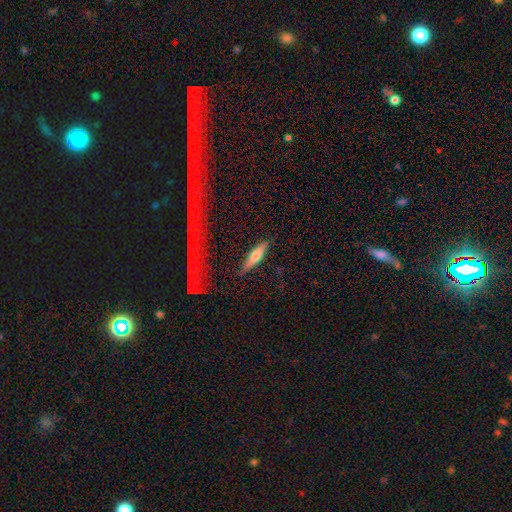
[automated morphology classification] A smooth galaxy with no disk features (59%) that is cigar-shaped (77%). Merging: none (85%).